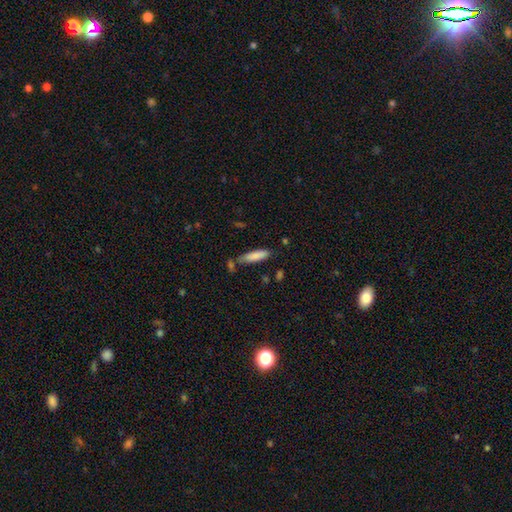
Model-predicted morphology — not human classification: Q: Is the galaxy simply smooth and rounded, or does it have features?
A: smooth — 84%.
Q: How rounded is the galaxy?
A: cigar-shaped — 66%.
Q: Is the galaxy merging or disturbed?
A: none — 69%.